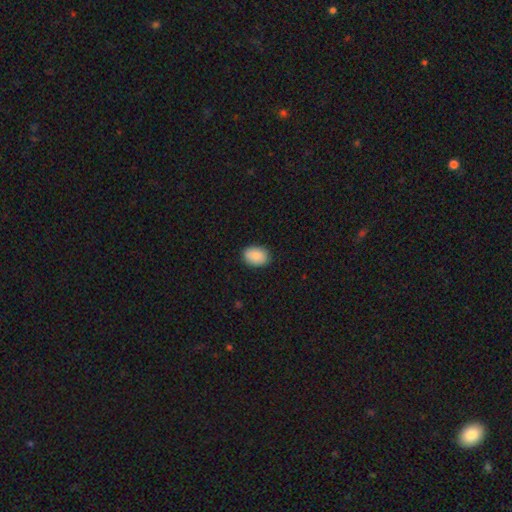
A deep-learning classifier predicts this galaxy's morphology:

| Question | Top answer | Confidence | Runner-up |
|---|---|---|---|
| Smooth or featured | smooth | 89% | star or artifact (7%) |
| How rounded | in between | 75% | round (24%) |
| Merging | none | 88% | minor disturbance (9%) |